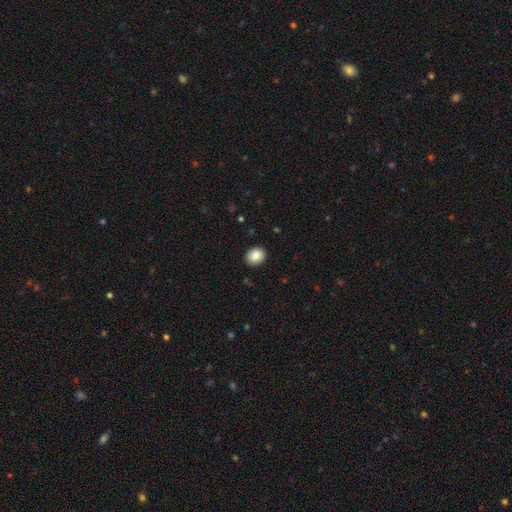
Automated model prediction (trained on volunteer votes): Overall: smooth (79%). How rounded: round (71%). Merging: none (88%).